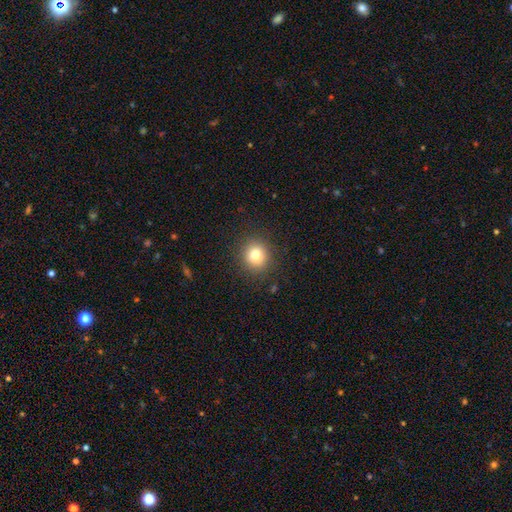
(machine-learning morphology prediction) smooth_or_featured: smooth (p=0.80) [alt: star or artifact p=0.12]
how_rounded: round (p=0.89) [alt: in between p=0.10]
merging: none (p=0.90) [alt: minor disturbance p=0.06]